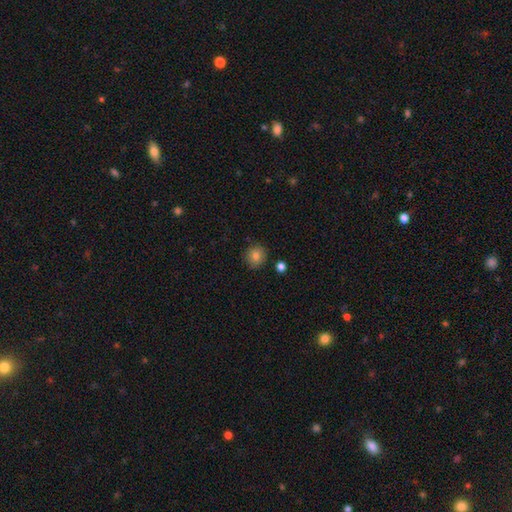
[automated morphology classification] type=smooth (84%); roundness=round (88%); merging=none (88%).